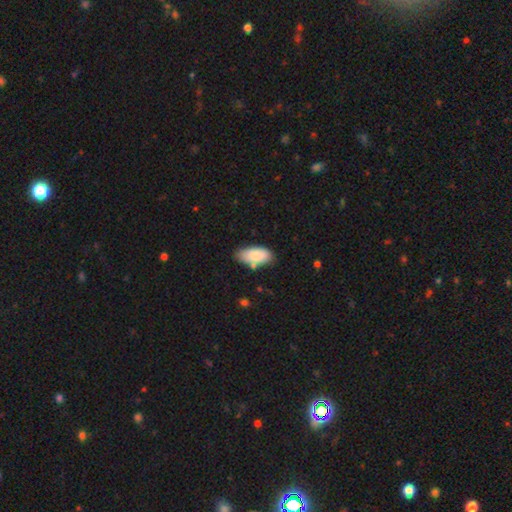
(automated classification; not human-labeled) This appears to be a smooth galaxy with no disk features (86%) that is in between round and cigar-shaped (92%). Merging: none (73%).